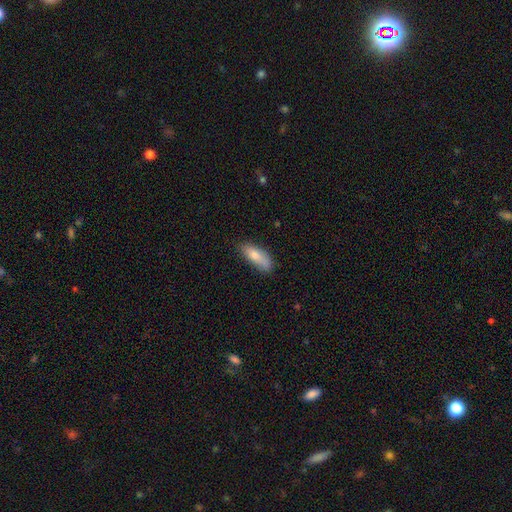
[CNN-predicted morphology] Smooth or featured? smooth (79%)
How rounded? in between (67%)
Merging? none (71%)